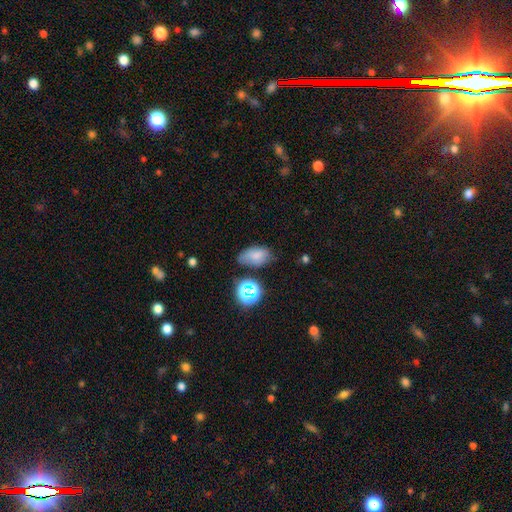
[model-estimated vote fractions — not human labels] smooth-or-featured: smooth: 72% | star or artifact: 15% | featured or disk: 12%
  how-rounded: in between: 88% | round: 10% | cigar-shaped: 2%
  merging: none: 61% | minor disturbance: 25% | major disturbance: 7% | merger: 6%